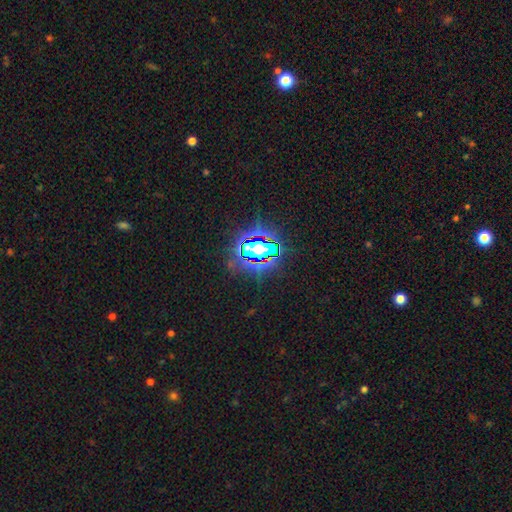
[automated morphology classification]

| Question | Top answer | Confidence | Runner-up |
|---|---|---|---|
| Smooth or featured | star or artifact | 73% | smooth (15%) |